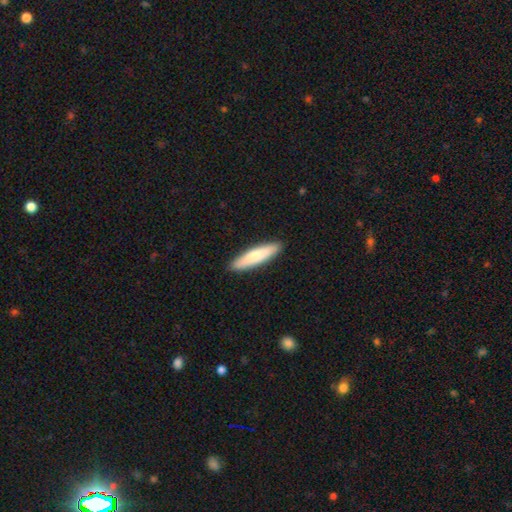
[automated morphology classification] Smooth or featured? smooth (78%)
How rounded? cigar-shaped (80%)
Merging? none (90%)